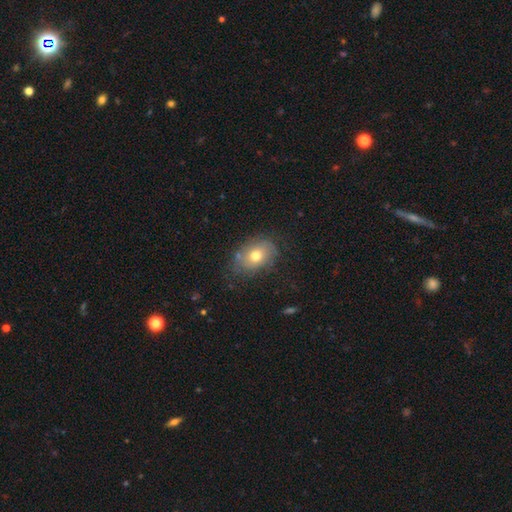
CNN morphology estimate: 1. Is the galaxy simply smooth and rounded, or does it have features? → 67% smooth, 22% featured or disk, 10% star or artifact.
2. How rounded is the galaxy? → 71% in between, 28% round, 1% cigar-shaped.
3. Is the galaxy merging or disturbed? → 72% none, 19% minor disturbance, 7% major disturbance, 2% merger.